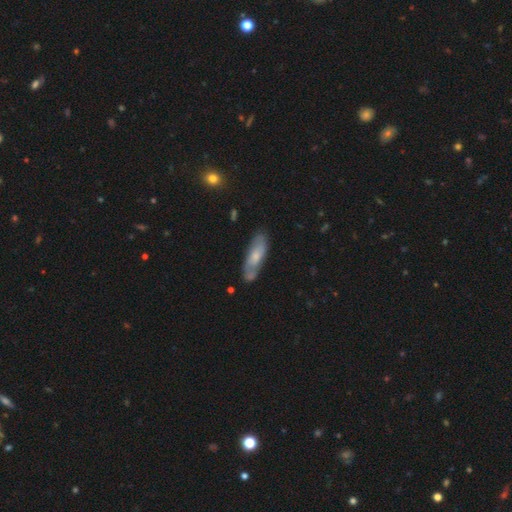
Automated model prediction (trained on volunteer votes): Smooth or featured: smooth — 49% (featured or disk — 45%)
Merging: none — 68% (minor disturbance — 22%)